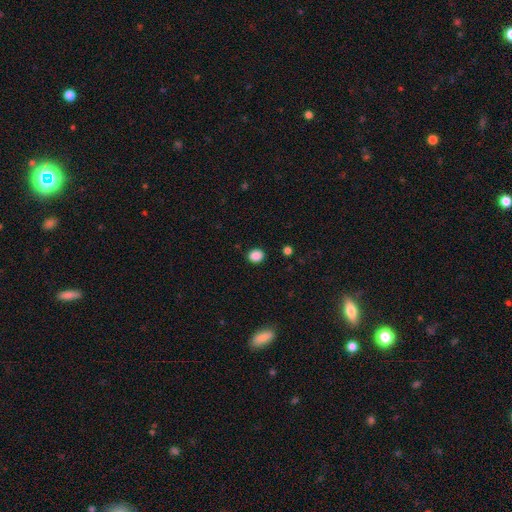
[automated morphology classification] smooth_or_featured: smooth (p=0.87) [alt: star or artifact p=0.10]
how_rounded: round (p=0.68) [alt: in between p=0.31]
merging: none (p=0.90) [alt: minor disturbance p=0.07]